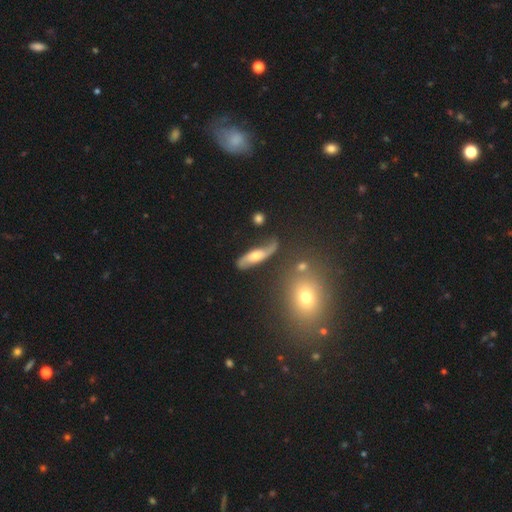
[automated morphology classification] smooth_or_featured: featured or disk (p=0.68) [alt: smooth p=0.23]
disk_edge_on: no (p=0.75) [alt: yes p=0.25]
bar: no (p=0.59) [alt: weak p=0.29]
has_spiral_arms: yes (p=0.87) [alt: no p=0.13]
bulge_size: moderate (p=0.55) [alt: small p=0.29]
merging: none (p=0.60) [alt: minor disturbance p=0.20]